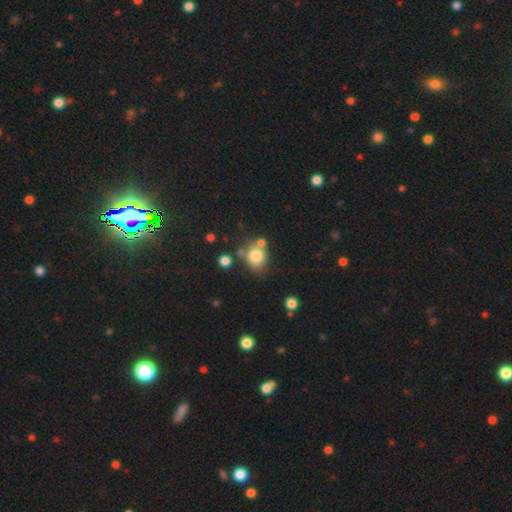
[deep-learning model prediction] smooth 79%, star or artifact 11%, featured or disk 10%. Down the decision tree: how rounded — round (69%); merging — none (58%).